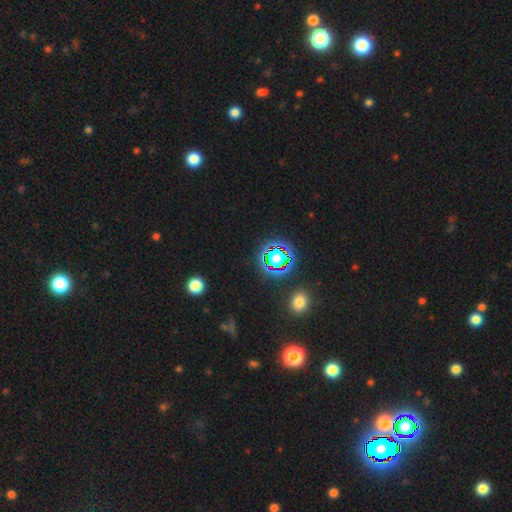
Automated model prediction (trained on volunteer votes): A star or artifact, not a galaxy (74%).

Vote fractions:
- Smooth or featured? star or artifact: 74% / smooth: 19% / featured or disk: 8%